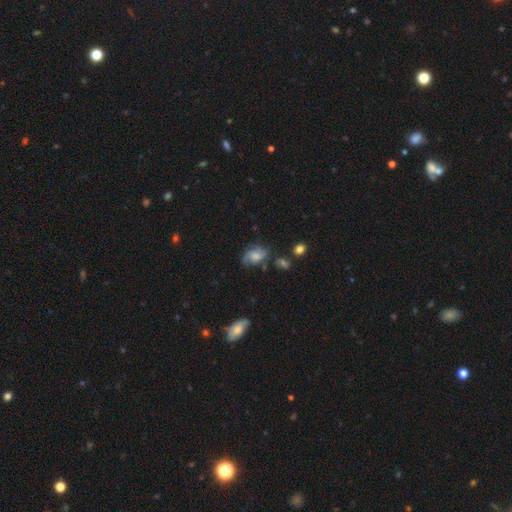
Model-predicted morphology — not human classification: type=featured or disk (52%); edge-on=no (96%); merging=none (55%).